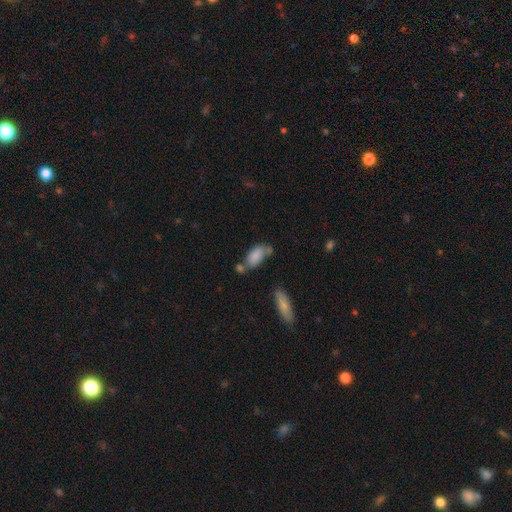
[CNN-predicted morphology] smooth_or_featured: smooth (p=0.82) [alt: featured or disk p=0.10]
how_rounded: in between (p=0.90) [alt: cigar-shaped p=0.08]
merging: none (p=0.47) [alt: merger p=0.23]